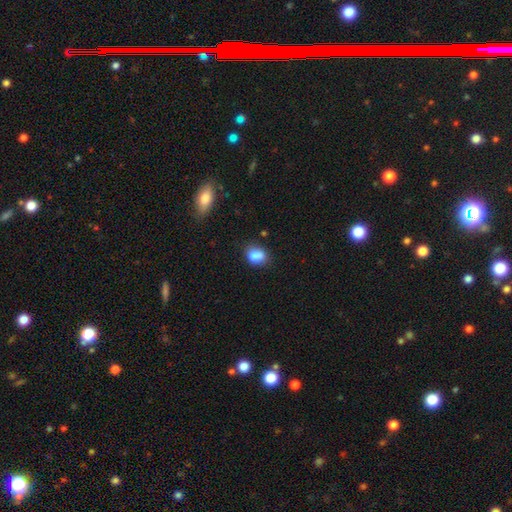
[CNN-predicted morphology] smooth-or-featured: smooth: 80% | featured or disk: 10% | star or artifact: 10%
  how-rounded: in between: 61% | round: 37% | cigar-shaped: 1%
  merging: none: 53% | minor disturbance: 21% | merger: 20% | major disturbance: 6%